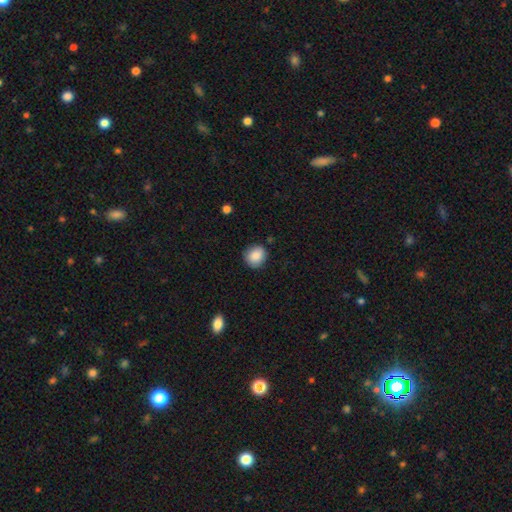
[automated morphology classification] Smooth or featured?
  - smooth: 87% *
  - star or artifact: 8%
  - featured or disk: 5%
How rounded?
  - round: 80% *
  - in between: 19%
  - cigar-shaped: 1%
Merging?
  - none: 84% *
  - minor disturbance: 12%
  - major disturbance: 2%
  - merger: 1%